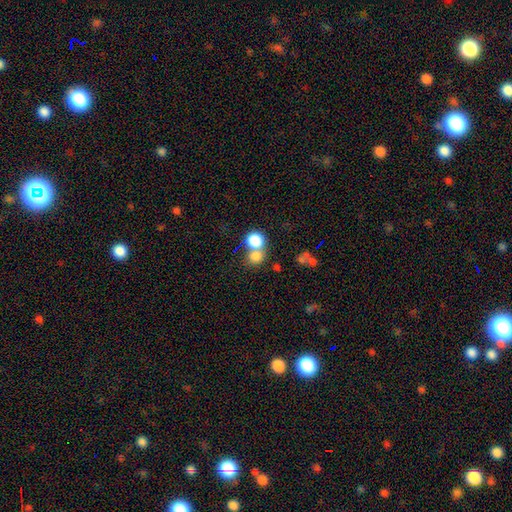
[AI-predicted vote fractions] Smooth or featured: smooth — 78% (star or artifact — 12%)
How rounded: round — 80% (in between — 19%)
Merging: merger — 49% (none — 41%)